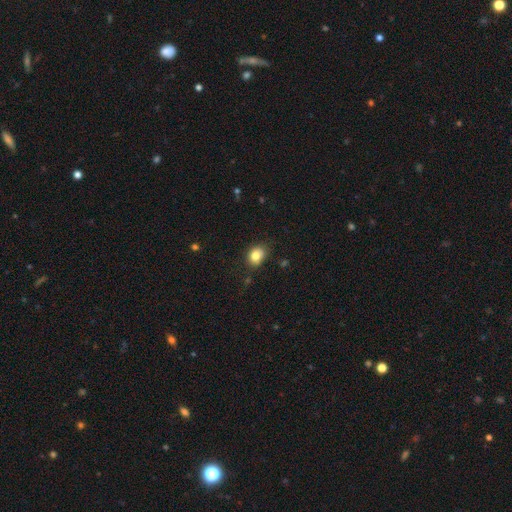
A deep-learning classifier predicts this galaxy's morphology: smooth_or_featured: smooth (p=0.82) [alt: star or artifact p=0.10]
how_rounded: in between (p=0.50) [alt: round p=0.49]
merging: none (p=0.77) [alt: minor disturbance p=0.17]